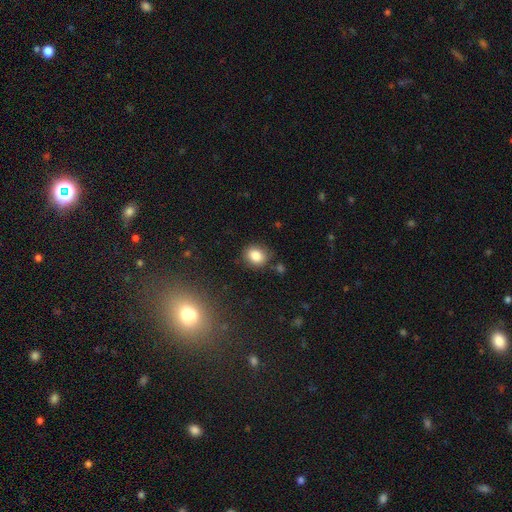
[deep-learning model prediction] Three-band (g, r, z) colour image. It shows a smooth galaxy with no disk features (84%) that is round (56%). Merging: none (82%).